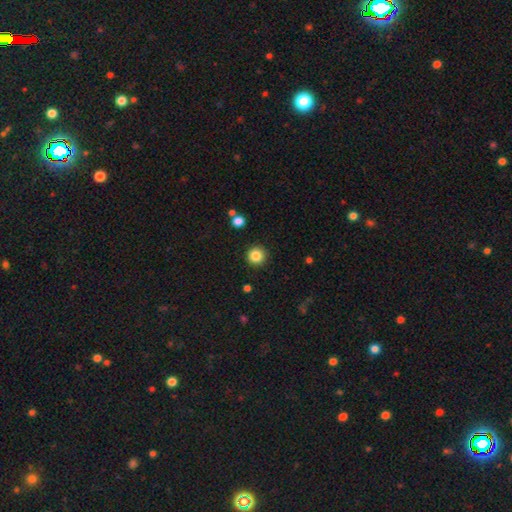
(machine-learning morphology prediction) Smooth or featured: smooth — 85% (star or artifact — 10%)
How rounded: round — 95% (in between — 4%)
Merging: none — 91% (minor disturbance — 5%)